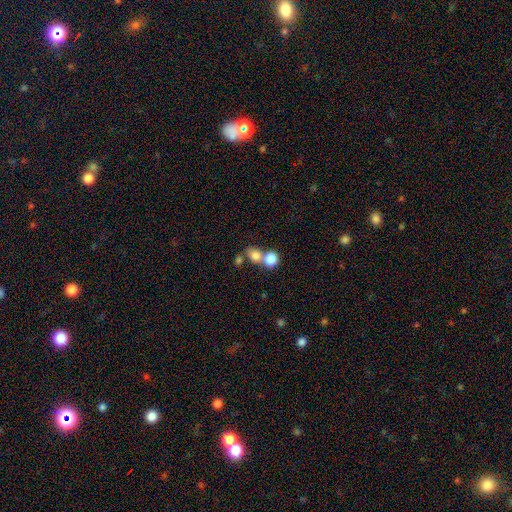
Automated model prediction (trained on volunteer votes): smooth 78%, star or artifact 12%, featured or disk 10%. Down the decision tree: how rounded — round (69%); merging — merger (49%).